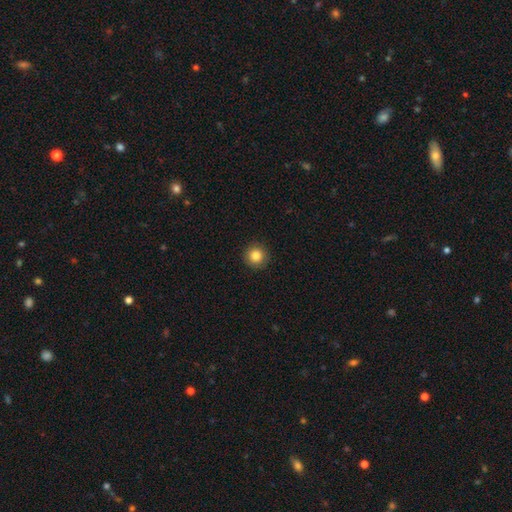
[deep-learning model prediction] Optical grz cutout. It shows a smooth galaxy with no disk features (85%) that is round (95%). Merging: none (92%).